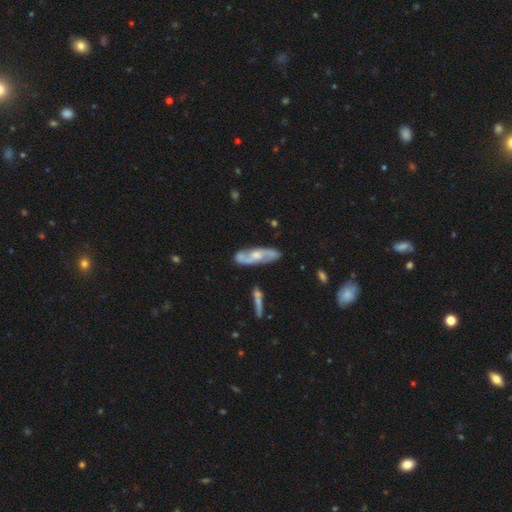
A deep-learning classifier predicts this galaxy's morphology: type=featured or disk (76%); edge-on=no (81%); bar=no (57%); spiral arms=yes (89%); winding=medium (47%); arm count=2 (85%); bulge=moderate (57%); merging=none (76%).